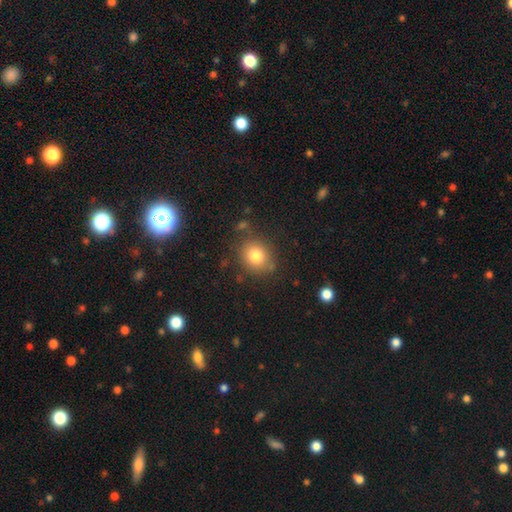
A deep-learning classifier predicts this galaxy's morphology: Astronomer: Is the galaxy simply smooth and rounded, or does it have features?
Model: smooth — 81%.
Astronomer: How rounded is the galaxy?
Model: round — 72%.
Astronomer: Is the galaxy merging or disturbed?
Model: none — 80%.